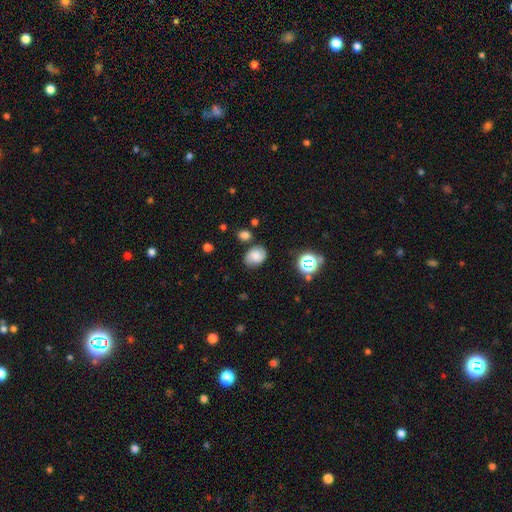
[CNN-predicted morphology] Smooth or featured? Predicted: smooth (p=0.66). How rounded? Predicted: in between (p=0.58). Merging? Predicted: none (p=0.70).